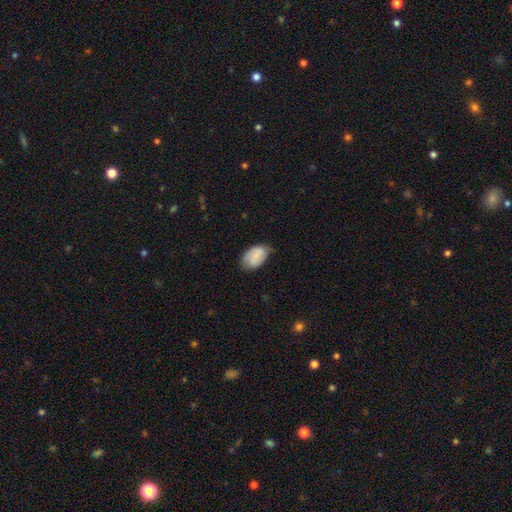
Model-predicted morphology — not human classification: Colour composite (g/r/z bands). It shows a smooth galaxy with no disk features (77%) that is in between round and cigar-shaped (90%). Merging: none (57%).